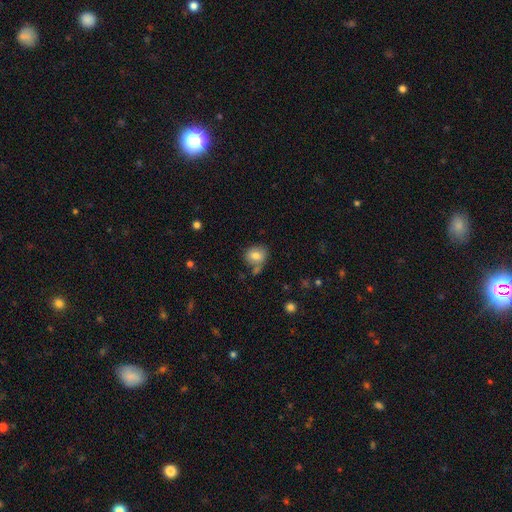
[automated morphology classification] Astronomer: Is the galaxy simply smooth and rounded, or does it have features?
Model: smooth — 78%.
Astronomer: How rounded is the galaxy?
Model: round — 65%.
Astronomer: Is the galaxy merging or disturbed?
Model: none — 61%.